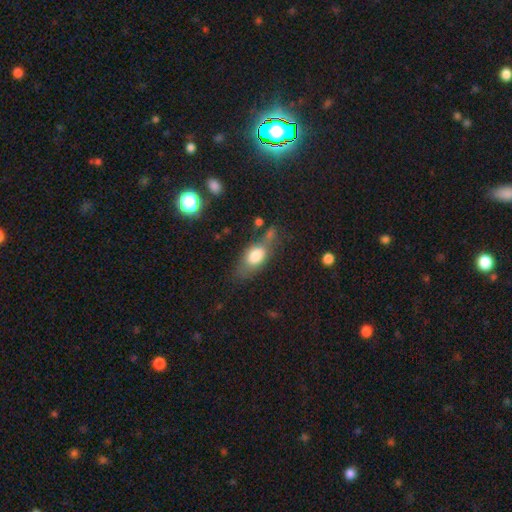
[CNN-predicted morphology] type=smooth (74%); roundness=in between (84%); merging=none (50%).